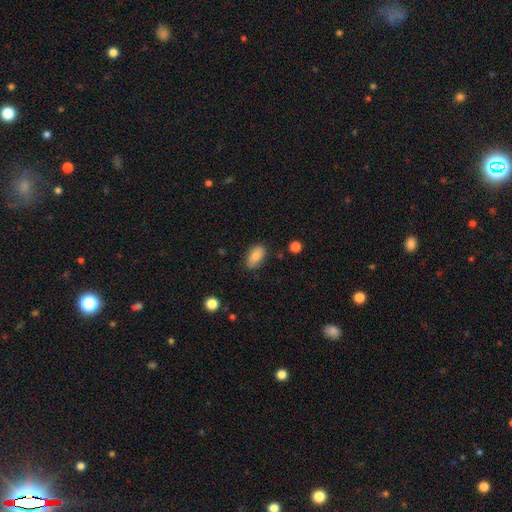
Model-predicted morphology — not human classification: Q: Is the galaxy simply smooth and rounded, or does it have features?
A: smooth — 86%.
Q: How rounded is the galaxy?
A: in between — 92%.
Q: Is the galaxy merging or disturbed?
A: none — 81%.